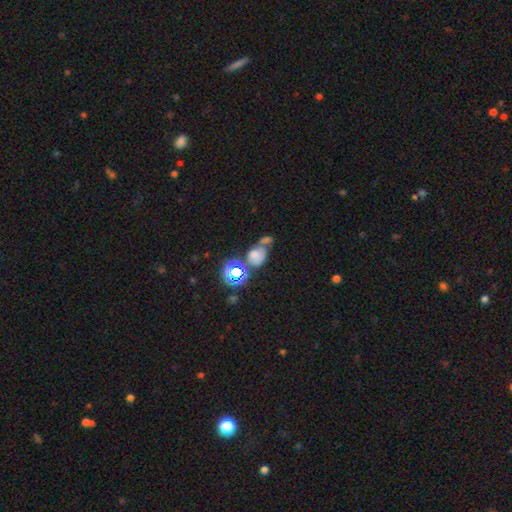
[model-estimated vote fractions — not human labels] Smooth or featured: smooth — 56% (star or artifact — 27%)
How rounded: in between — 60% (round — 39%)
Merging: merger — 45% (none — 32%)